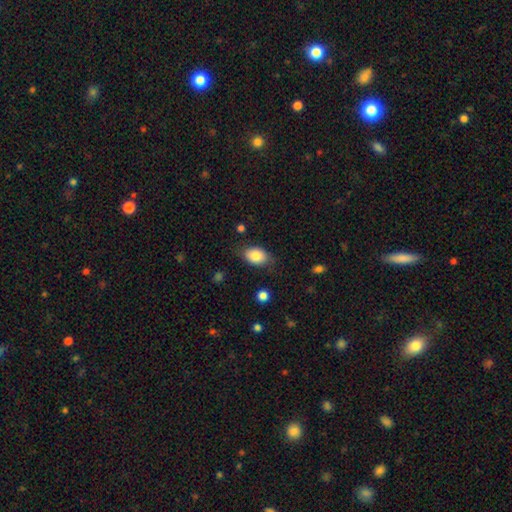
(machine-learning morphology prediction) smooth_or_featured: smooth (p=0.83) [alt: featured or disk p=0.10]
how_rounded: in between (p=0.85) [alt: round p=0.13]
merging: none (p=0.75) [alt: minor disturbance p=0.19]